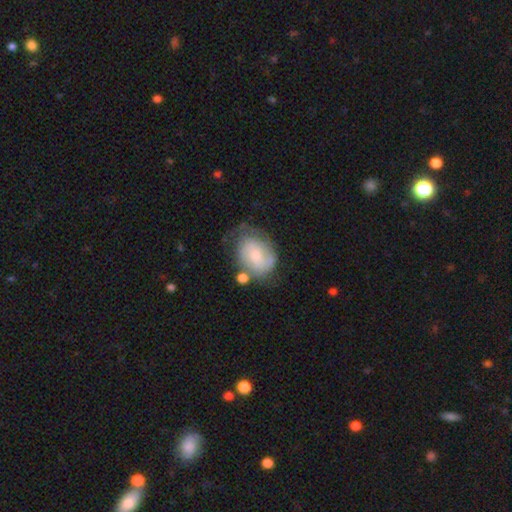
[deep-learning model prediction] Q: Smooth or featured?
A: smooth (47%); runner-up: featured or disk (45%)
Q: Merging?
A: none (46%); runner-up: minor disturbance (29%)